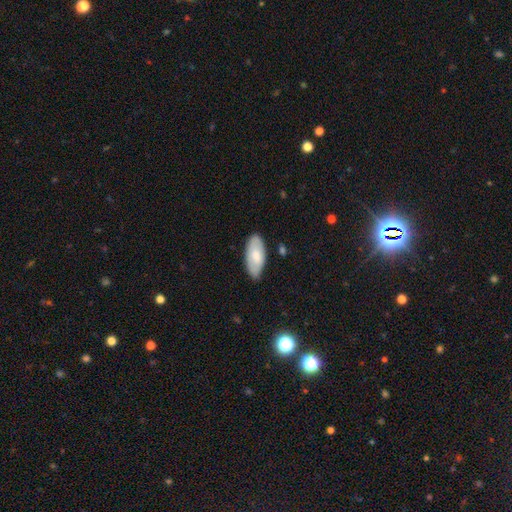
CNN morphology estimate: smooth_or_featured: smooth (p=0.72) [alt: featured or disk p=0.23]
how_rounded: in between (p=0.91) [alt: cigar-shaped p=0.07]
merging: none (p=0.79) [alt: minor disturbance p=0.17]